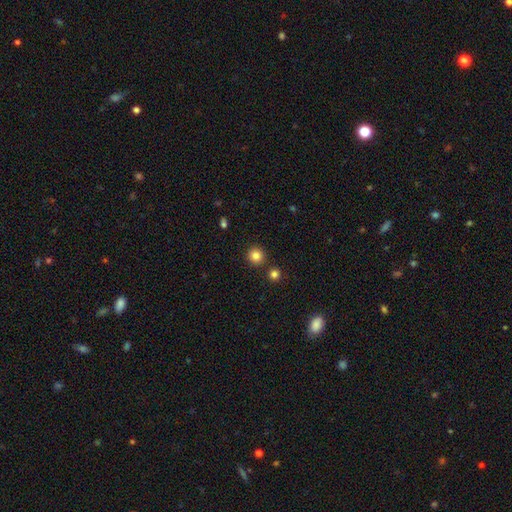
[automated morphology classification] Smooth or featured? Predicted: smooth (p=0.84). How rounded? Predicted: round (p=0.94). Merging? Predicted: none (p=0.88).